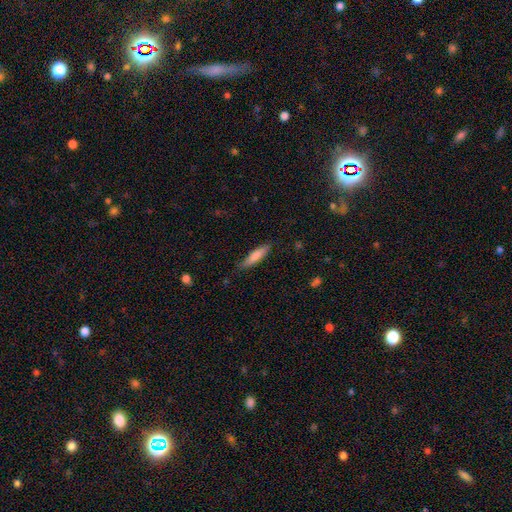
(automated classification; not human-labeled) A smooth galaxy with no disk features (79%) that is cigar-shaped (75%). Merging: none (81%).